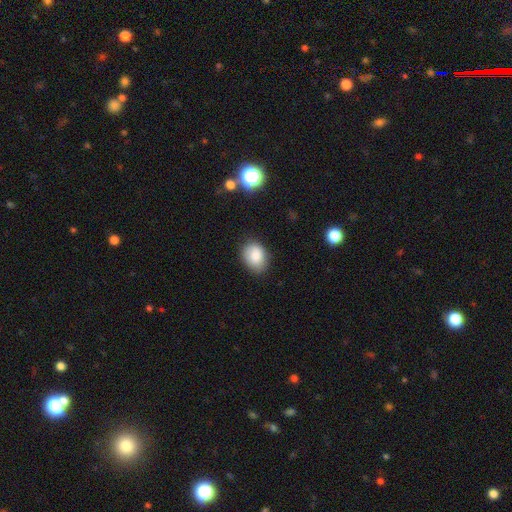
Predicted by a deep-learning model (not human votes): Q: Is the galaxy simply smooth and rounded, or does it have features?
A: smooth — 85%.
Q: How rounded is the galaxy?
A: in between — 66%.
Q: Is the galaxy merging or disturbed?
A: none — 80%.